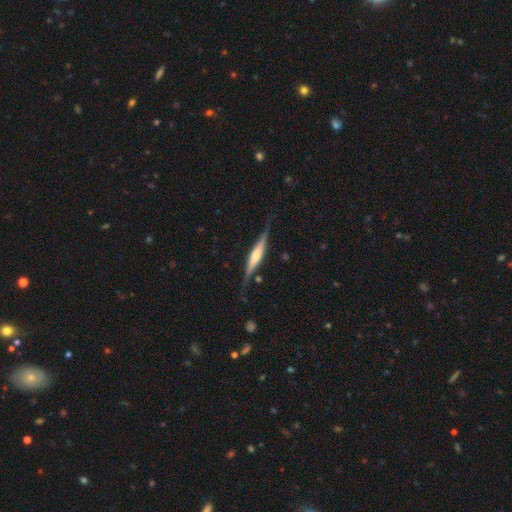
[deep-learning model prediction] Morphology: type=featured or disk (68%); edge-on=yes (95%); edge-on bulge=rounded (58%); merging=none (77%).